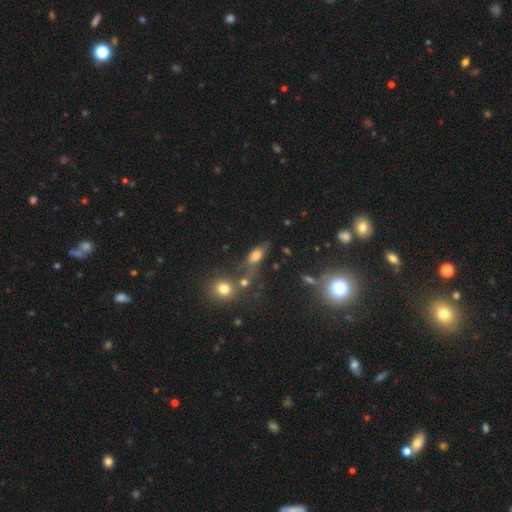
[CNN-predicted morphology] Smooth or featured?
  - smooth: 67% *
  - featured or disk: 19%
  - star or artifact: 14%
How rounded?
  - in between: 75% *
  - cigar-shaped: 14%
  - round: 11%
Merging?
  - none: 45% *
  - minor disturbance: 21%
  - merger: 21%
  - major disturbance: 14%